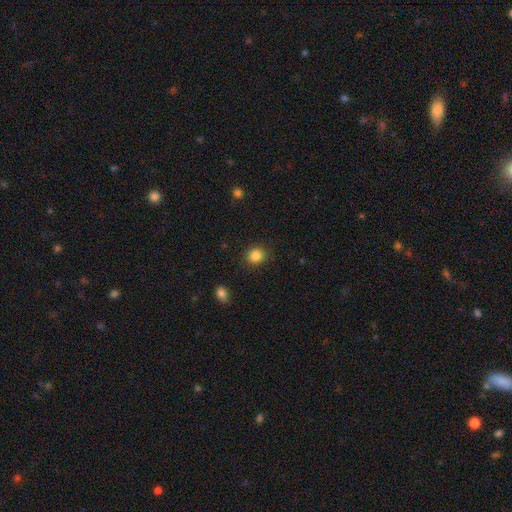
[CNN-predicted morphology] This is clearly a smooth galaxy (85%). How rounded: clearly round (86%). Merging: clearly none (89%).